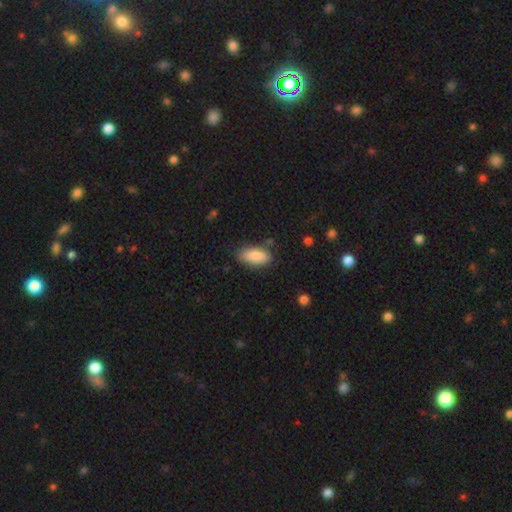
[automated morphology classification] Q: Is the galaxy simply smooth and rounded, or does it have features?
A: smooth — 87%.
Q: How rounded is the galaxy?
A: in between — 86%.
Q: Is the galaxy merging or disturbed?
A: none — 79%.